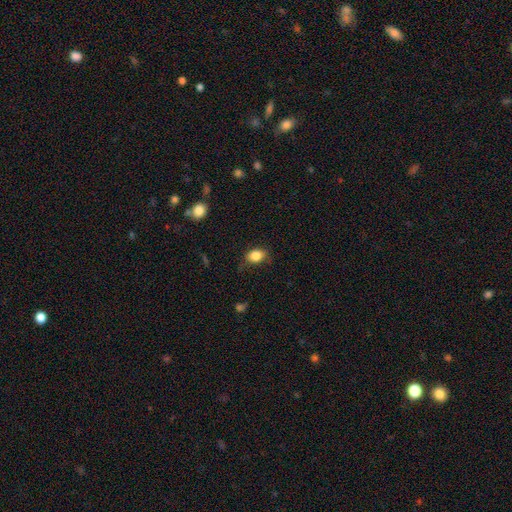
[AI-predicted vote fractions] Q: Smooth or featured?
A: smooth (85%); runner-up: star or artifact (9%)
Q: How rounded?
A: in between (73%); runner-up: round (25%)
Q: Merging?
A: none (73%); runner-up: minor disturbance (21%)